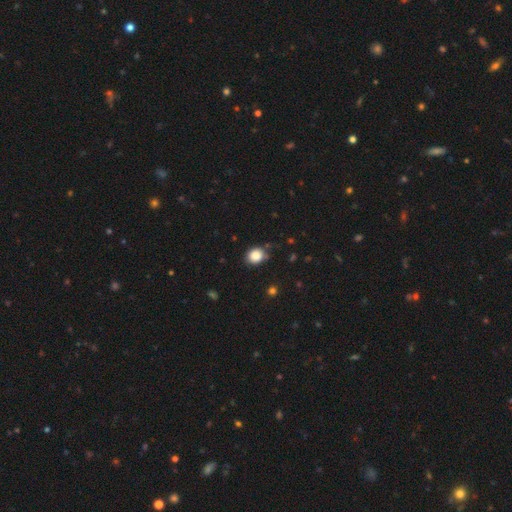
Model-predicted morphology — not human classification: Smooth or featured? Predicted: smooth (p=0.86). How rounded? Predicted: round (p=0.67). Merging? Predicted: none (p=0.77).